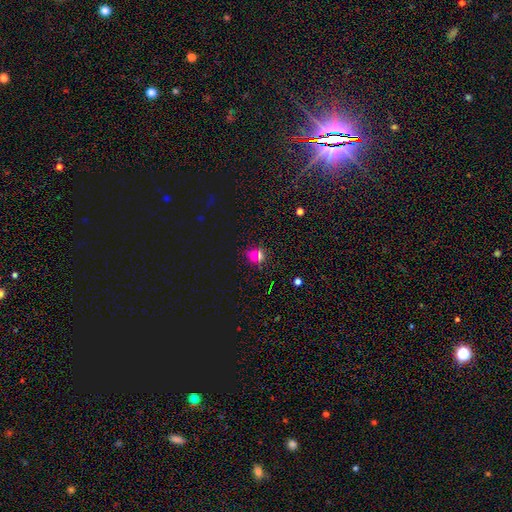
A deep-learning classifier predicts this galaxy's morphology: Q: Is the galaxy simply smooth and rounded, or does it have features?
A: smooth — 50%.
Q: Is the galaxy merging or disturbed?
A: none — 77%.